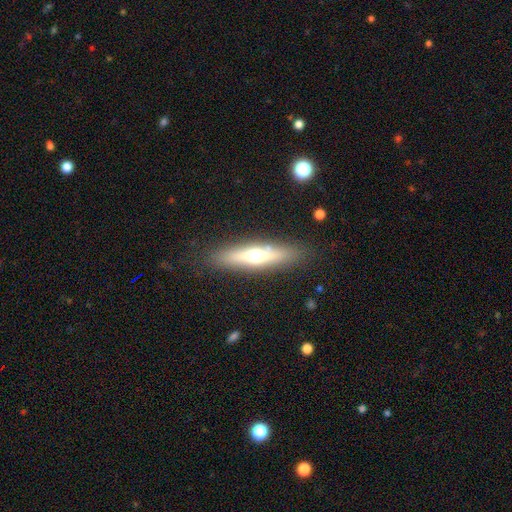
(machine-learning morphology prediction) This is possibly a featured or disk galaxy (46%, tied with smooth). Merging: clearly none (86%).